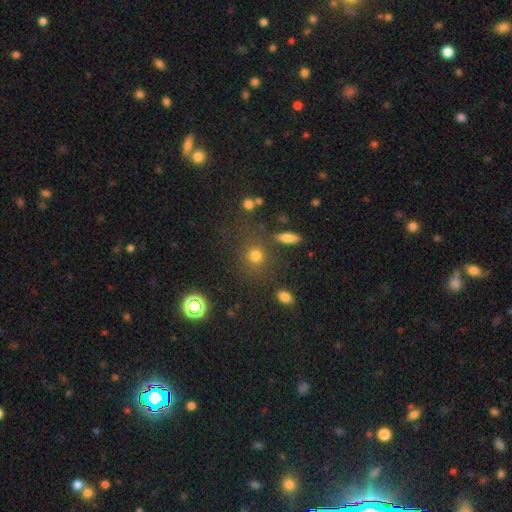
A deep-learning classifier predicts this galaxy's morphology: smooth_or_featured: smooth (p=0.71) [alt: star or artifact p=0.19]
how_rounded: round (p=0.79) [alt: in between p=0.19]
merging: none (p=0.74) [alt: minor disturbance p=0.12]